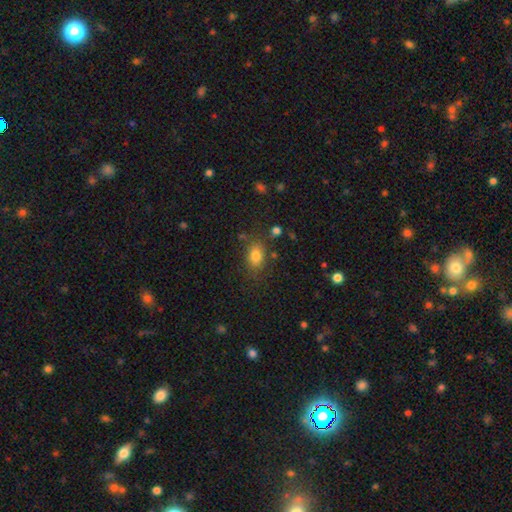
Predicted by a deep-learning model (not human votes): This appears to be a smooth galaxy with no disk features (80%) that is in between round and cigar-shaped (77%). Merging: none (74%).